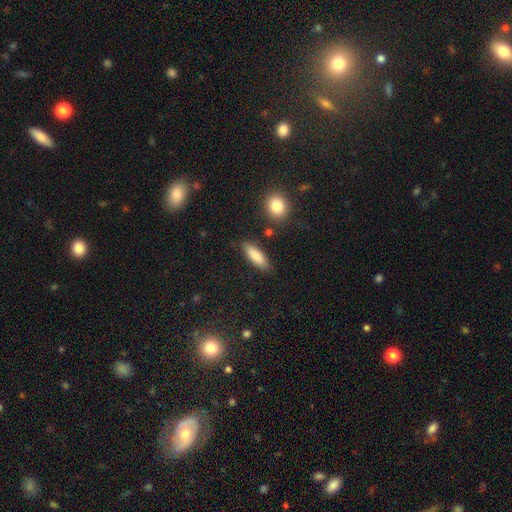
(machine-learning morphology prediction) Smooth or featured?
  - smooth: 85% *
  - featured or disk: 9%
  - star or artifact: 6%
How rounded?
  - in between: 59% *
  - cigar-shaped: 39%
  - round: 2%
Merging?
  - none: 82% *
  - minor disturbance: 12%
  - merger: 3%
  - major disturbance: 3%